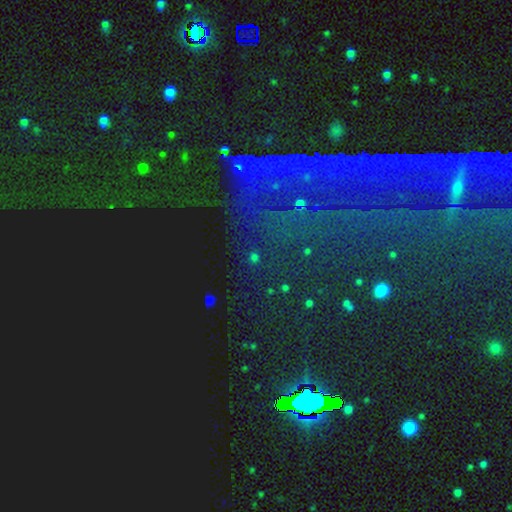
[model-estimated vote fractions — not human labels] This appears to be a star or artifact, not a galaxy (77%).